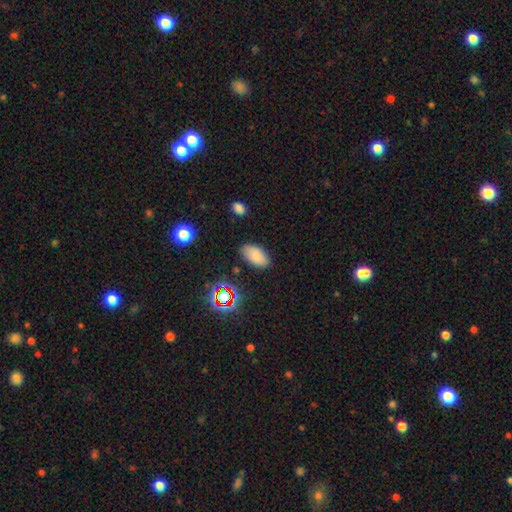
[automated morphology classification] smooth 77%, star or artifact 13%, featured or disk 10%. Down the decision tree: how rounded — in between (94%); merging — none (83%).